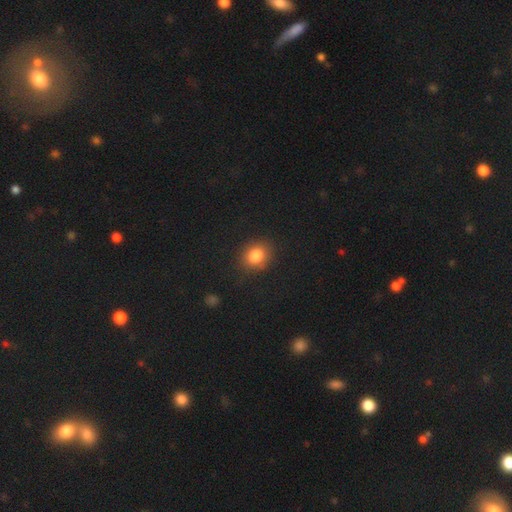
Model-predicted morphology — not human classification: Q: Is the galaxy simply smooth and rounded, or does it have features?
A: smooth — 83%.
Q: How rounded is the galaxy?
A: round — 63%.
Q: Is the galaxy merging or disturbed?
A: none — 85%.